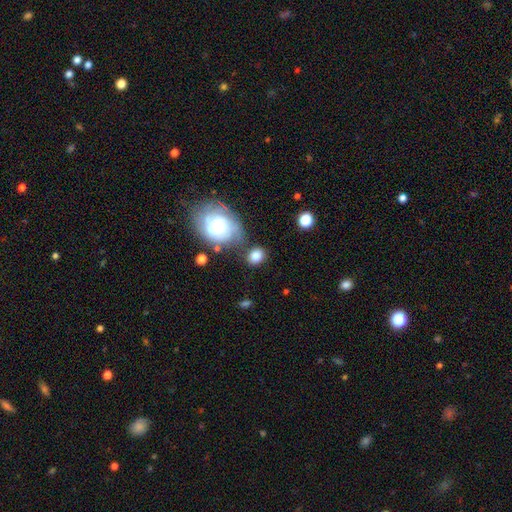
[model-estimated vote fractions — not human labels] Morphology: type=smooth (79%); roundness=round (59%); merging=none (63%).